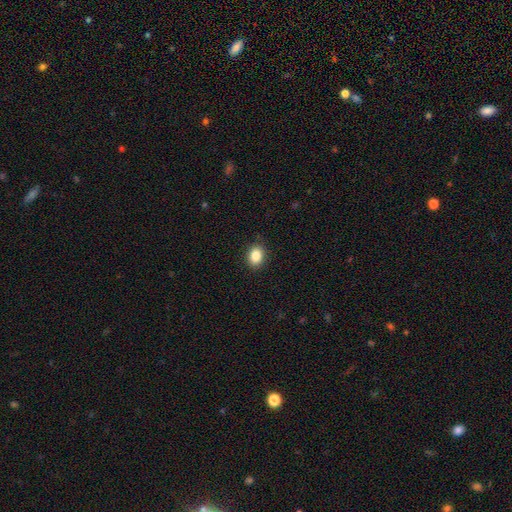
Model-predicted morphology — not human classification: smooth 86%, star or artifact 9%, featured or disk 5%. Down the decision tree: how rounded — in between (64%); merging — none (89%).